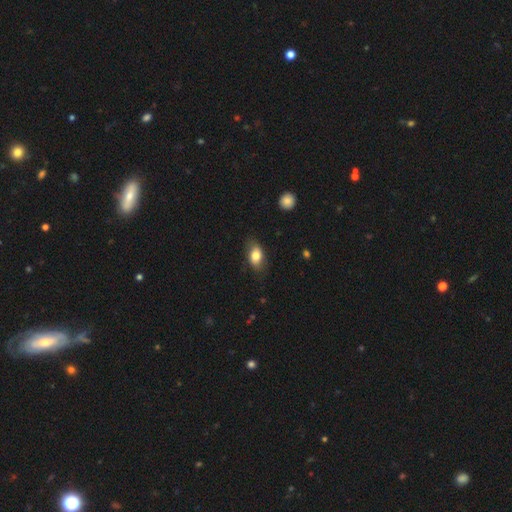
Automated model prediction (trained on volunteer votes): This appears to be a smooth galaxy with no disk features (79%) that is in between round and cigar-shaped (87%). Merging: none (77%).